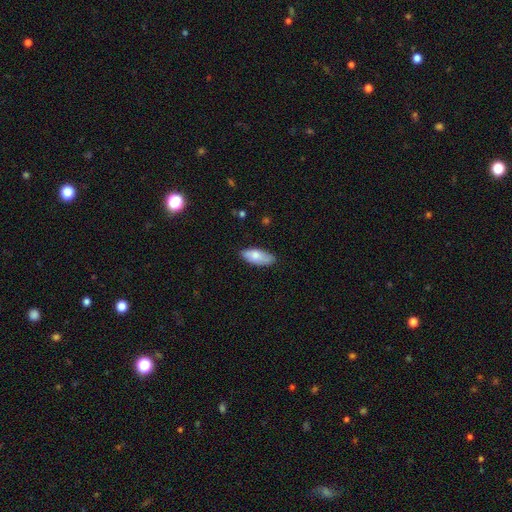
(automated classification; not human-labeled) Smooth or featured? Predicted: smooth (p=0.78). How rounded? Predicted: in between (p=0.85). Merging? Predicted: none (p=0.80).